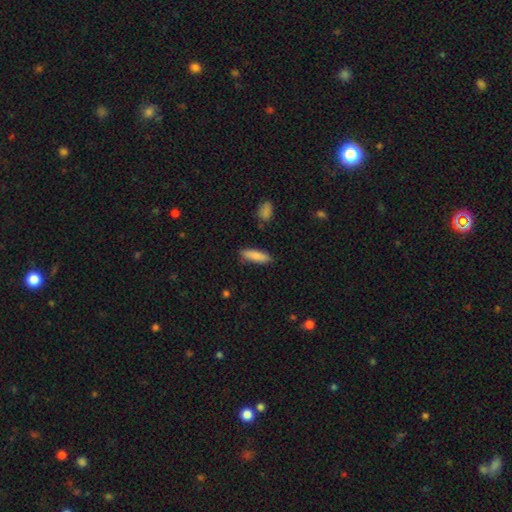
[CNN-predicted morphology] smooth_or_featured: smooth (p=0.86) [alt: featured or disk p=0.07]
how_rounded: cigar-shaped (p=0.55) [alt: in between p=0.44]
merging: none (p=0.86) [alt: minor disturbance p=0.10]